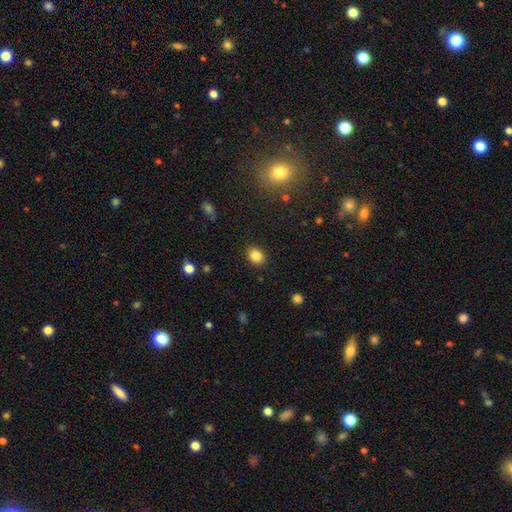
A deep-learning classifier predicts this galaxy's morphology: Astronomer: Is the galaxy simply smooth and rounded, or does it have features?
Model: smooth — 84%.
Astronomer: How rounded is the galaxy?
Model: round — 54% (runner-up: in between, 45%).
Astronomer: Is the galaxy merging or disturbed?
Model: none — 89%.